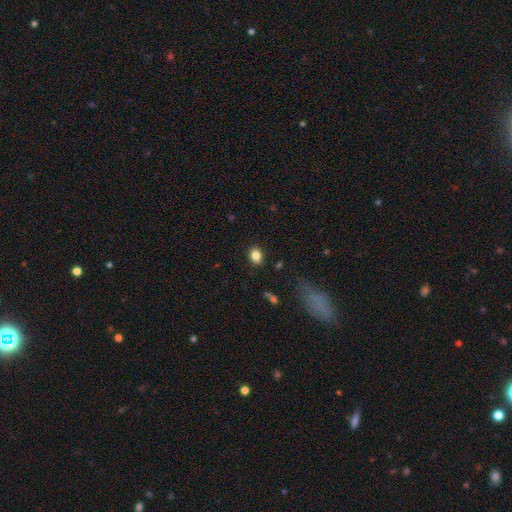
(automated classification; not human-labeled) smooth 84%, star or artifact 10%, featured or disk 6%. Down the decision tree: how rounded — in between (52%); merging — none (87%).